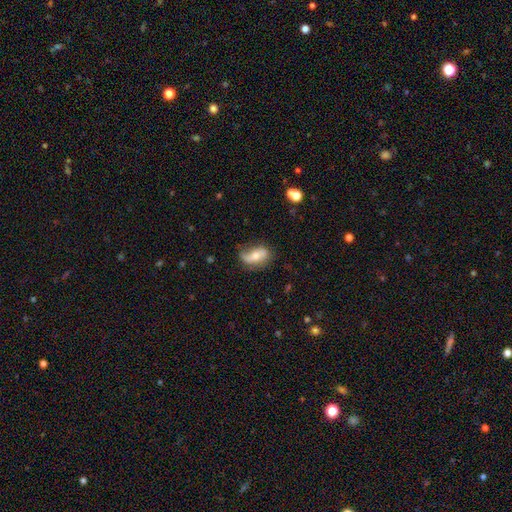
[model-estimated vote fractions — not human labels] A featured or disk galaxy (51%).

Vote fractions:
- Smooth or featured? featured or disk: 51% / smooth: 41% / star or artifact: 8%
- Edge-on disk? no: 90% / yes: 10%
- Merging? none: 55% / minor disturbance: 29% / major disturbance: 12% / merger: 3%